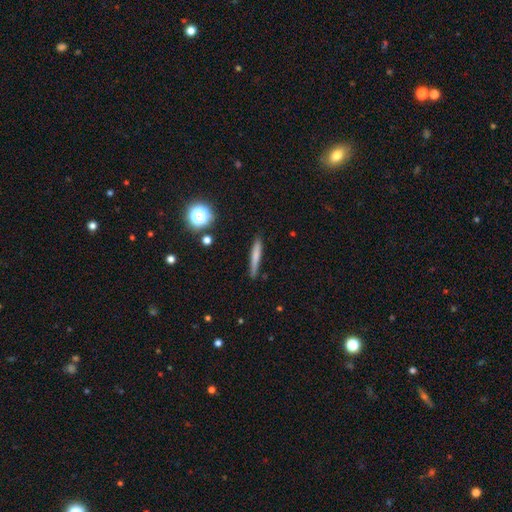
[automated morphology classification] smooth-or-featured: smooth: 67% | featured or disk: 24% | star or artifact: 9%
  how-rounded: cigar-shaped: 93% | in between: 5% | round: 2%
  merging: none: 84% | minor disturbance: 12% | major disturbance: 2% | merger: 2%